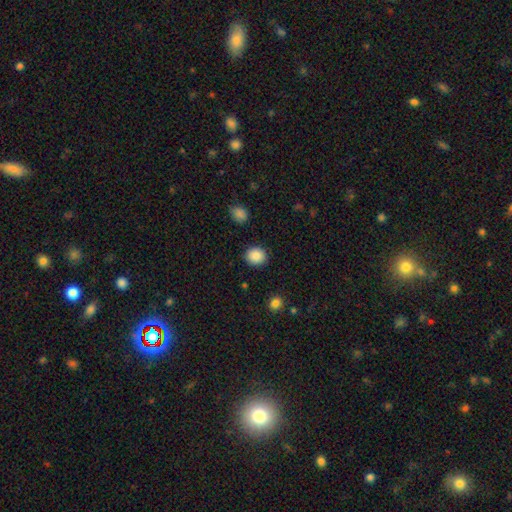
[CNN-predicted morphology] Smooth or featured? Predicted: smooth (p=0.88). How rounded? Predicted: round (p=0.83). Merging? Predicted: none (p=0.90).